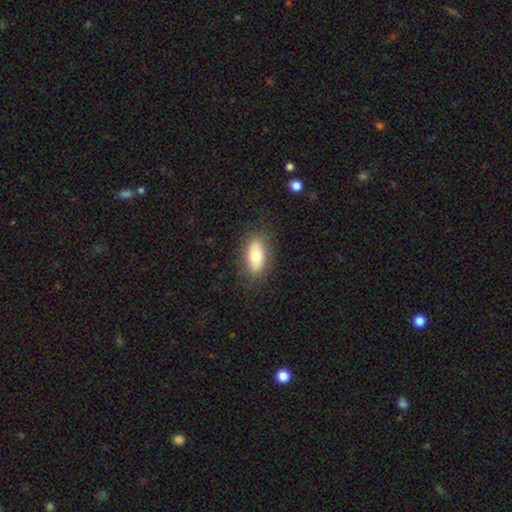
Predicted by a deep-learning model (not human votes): Smooth or featured: smooth — 69% (featured or disk — 24%)
How rounded: in between — 89% (round — 6%)
Merging: none — 82% (minor disturbance — 13%)